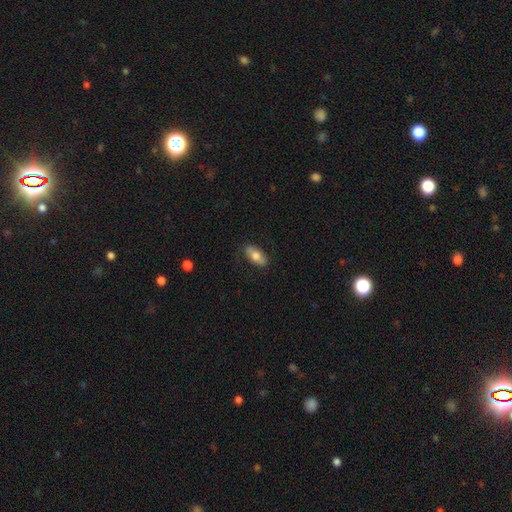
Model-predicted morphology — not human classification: smooth 72%, featured or disk 22%, star or artifact 6%. Down the decision tree: how rounded — in between (90%); merging — none (82%).